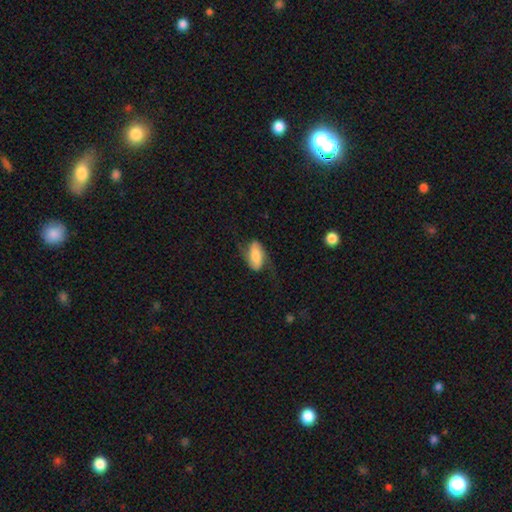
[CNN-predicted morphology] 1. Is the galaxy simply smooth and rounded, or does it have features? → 48% featured or disk, 44% smooth, 7% star or artifact.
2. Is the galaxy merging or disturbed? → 57% none, 22% minor disturbance, 18% major disturbance, 2% merger.